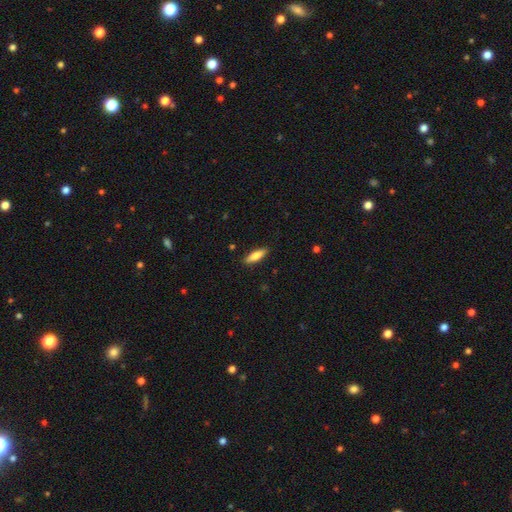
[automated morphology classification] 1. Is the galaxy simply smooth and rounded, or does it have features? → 76% smooth, 18% featured or disk, 6% star or artifact.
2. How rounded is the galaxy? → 51% cigar-shaped, 47% in between, 2% round.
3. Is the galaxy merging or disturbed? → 88% none, 9% minor disturbance, 2% major disturbance, 1% merger.